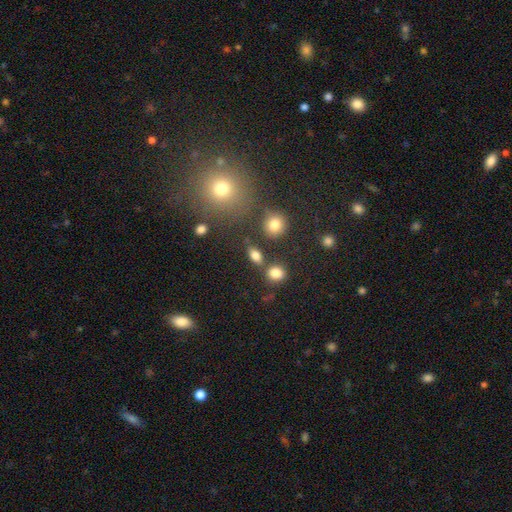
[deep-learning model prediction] smooth_or_featured: smooth (p=0.80) [alt: star or artifact p=0.11]
how_rounded: in between (p=0.73) [alt: round p=0.21]
merging: none (p=0.72) [alt: merger p=0.13]